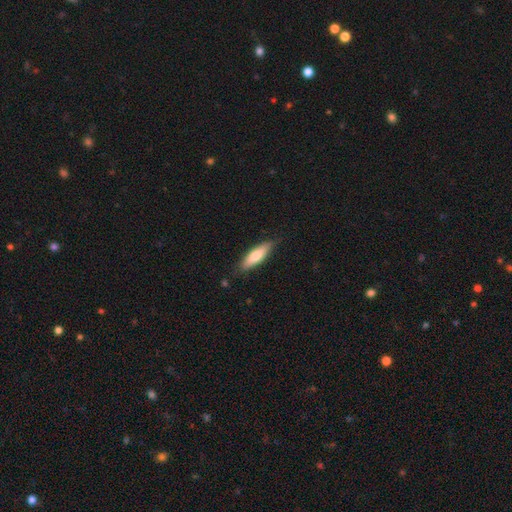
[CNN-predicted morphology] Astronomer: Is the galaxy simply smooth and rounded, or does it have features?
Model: smooth — 70%.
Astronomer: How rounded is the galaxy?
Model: cigar-shaped — 61% (runner-up: in between, 38%).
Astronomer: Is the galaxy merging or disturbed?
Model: none — 83%.